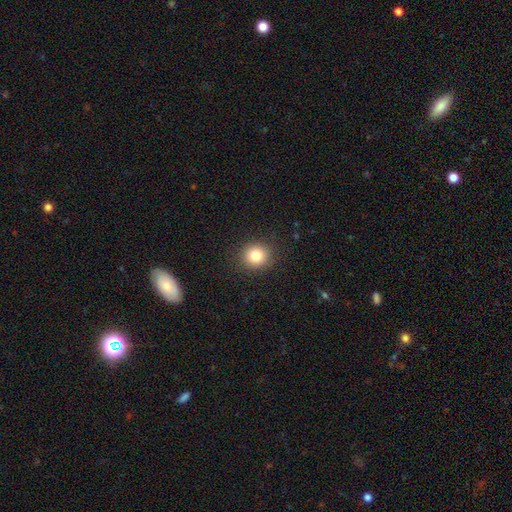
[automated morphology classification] smooth 83%, star or artifact 11%, featured or disk 7%. Down the decision tree: how rounded — round (86%); merging — none (90%).